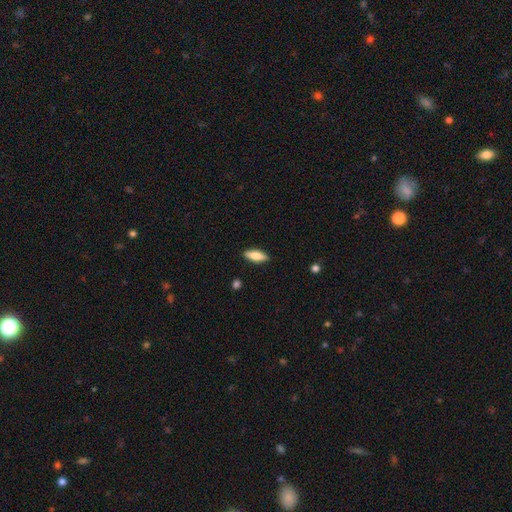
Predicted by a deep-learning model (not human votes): The model was most divided on "how rounded": in between: 63%, cigar-shaped: 34%, round: 2%. More confident: merging — none (88%); smooth or featured — smooth (73%).